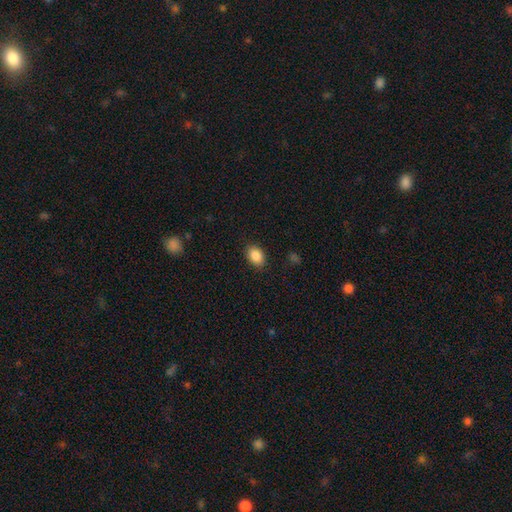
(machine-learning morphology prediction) The model was most divided on "how rounded": in between: 81%, round: 18%, cigar-shaped: 1%. More confident: merging — none (88%); smooth or featured — smooth (87%).